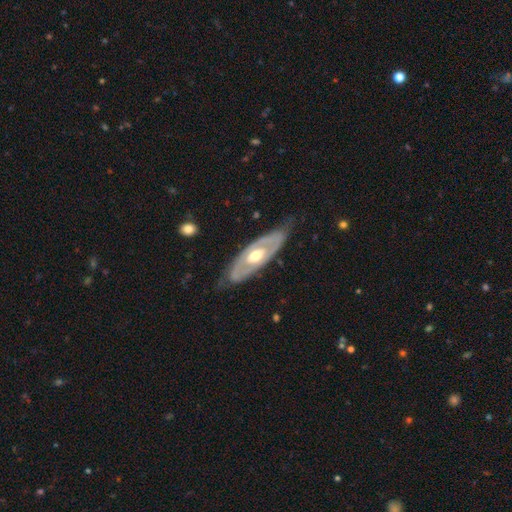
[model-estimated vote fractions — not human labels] Q: Smooth or featured?
A: featured or disk (73%); runner-up: smooth (23%)
Q: Edge-on disk?
A: no (79%); runner-up: yes (21%)
Q: Bar?
A: no (77%); runner-up: weak (17%)
Q: Spiral arms?
A: no (64%); runner-up: yes (36%)
Q: Bulge size?
A: moderate (74%); runner-up: small (13%)
Q: Merging?
A: none (70%); runner-up: minor disturbance (21%)